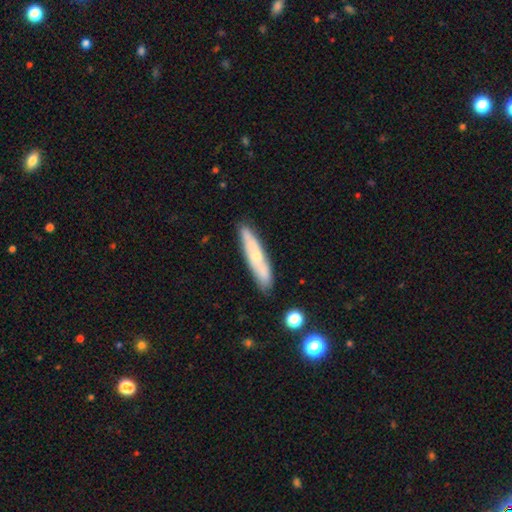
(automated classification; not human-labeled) This appears to be a smooth galaxy with no disk features (47%). Merging: none (83%).